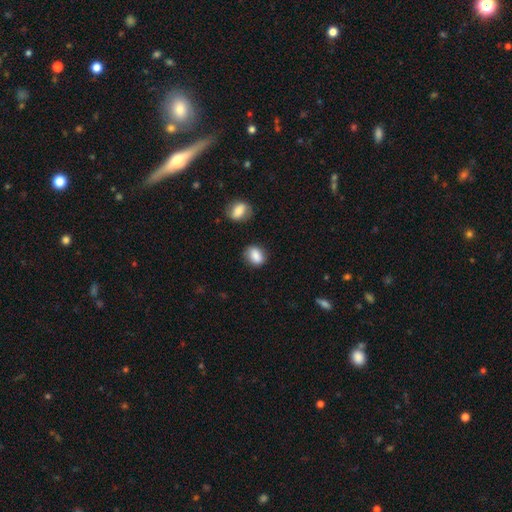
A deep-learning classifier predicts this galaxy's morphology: A smooth galaxy with no disk features (85%) that is in between round and cigar-shaped (66%). Merging: none (74%).